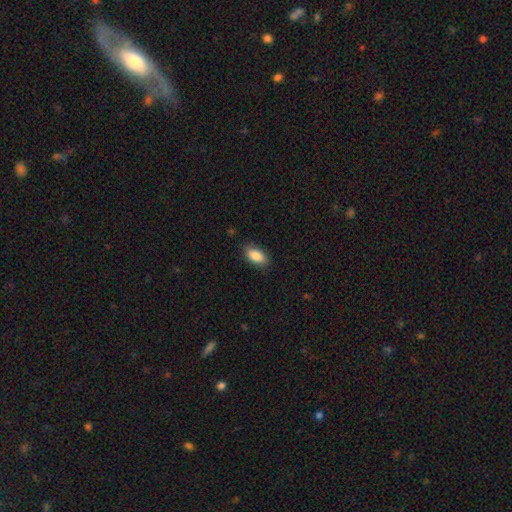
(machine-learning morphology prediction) type=smooth (87%); roundness=in between (91%); merging=none (84%).